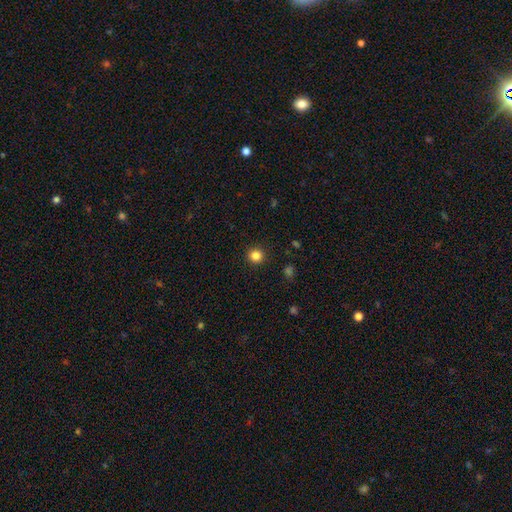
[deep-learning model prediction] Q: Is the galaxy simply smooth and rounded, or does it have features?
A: smooth — 84%.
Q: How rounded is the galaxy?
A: round — 93%.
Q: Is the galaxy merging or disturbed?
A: none — 92%.